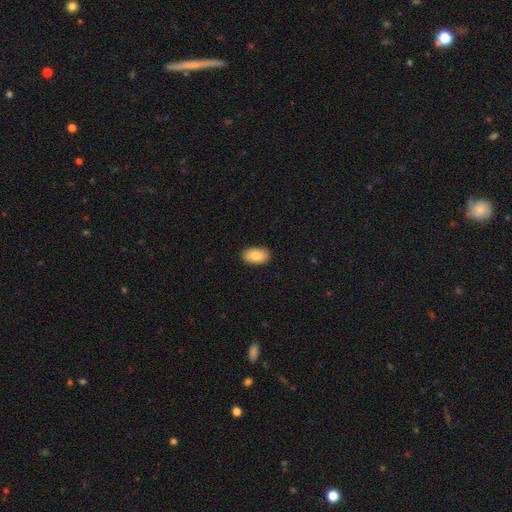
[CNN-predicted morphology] The model was most divided on "smooth or featured": smooth: 84%, featured or disk: 10%, star or artifact: 6%. More confident: how rounded — in between (94%); merging — none (89%).